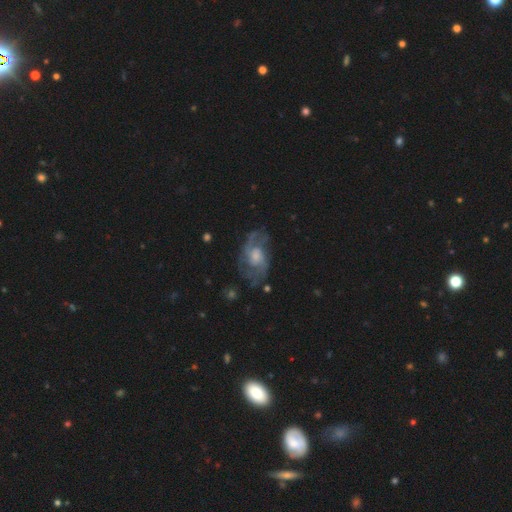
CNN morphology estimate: Overall: featured or disk (83%). Edge-on disk: no (97%). Bar: no (62%; weak 33%). Spiral arms: yes (92%). Spiral arm count: 2 (58%; can't tell 18%). Spiral winding: medium (49%; tight 27%). Bulge size: moderate (47%; small 31%). Merging: none (65%).